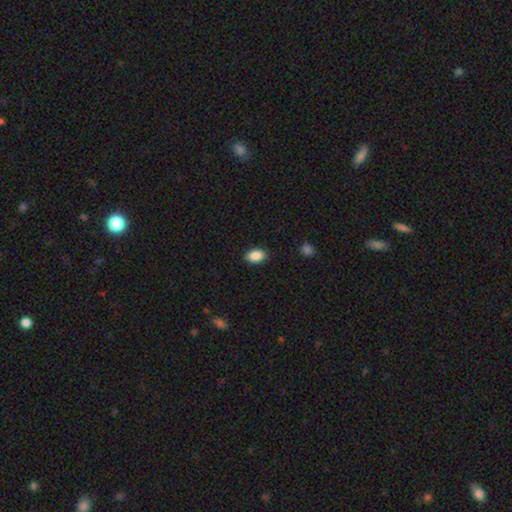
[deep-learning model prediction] Smooth or featured: smooth — 89% (star or artifact — 7%)
How rounded: in between — 89% (round — 10%)
Merging: none — 88% (minor disturbance — 9%)